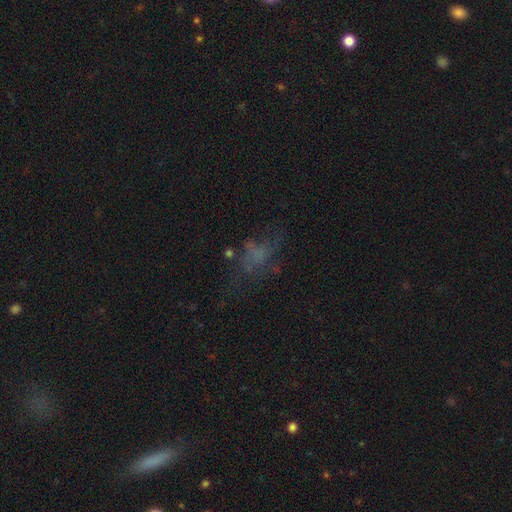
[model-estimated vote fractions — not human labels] Smooth or featured? Predicted: featured or disk (p=0.36). Merging? Predicted: none (p=0.47).